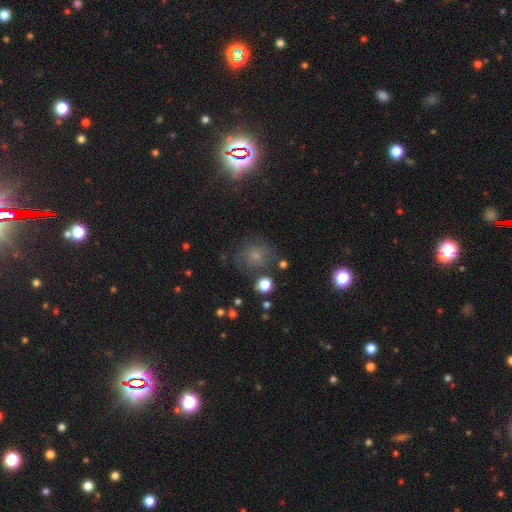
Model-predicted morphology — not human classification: Overall: smooth (59%; star or artifact 22%). How rounded: round (83%). Merging: none (68%).